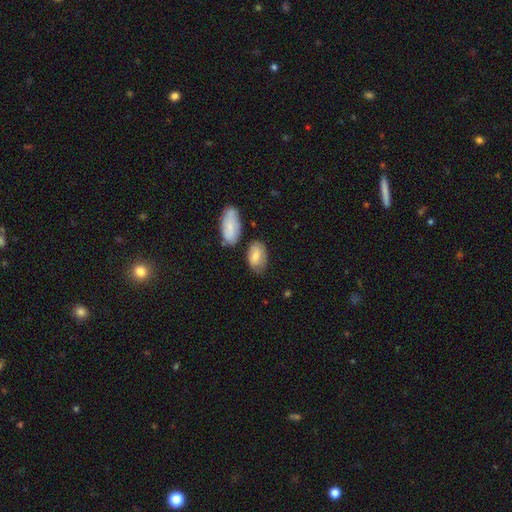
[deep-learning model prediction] smooth_or_featured: smooth (p=0.75) [alt: featured or disk p=0.19]
how_rounded: in between (p=0.92) [alt: round p=0.06]
merging: none (p=0.65) [alt: minor disturbance p=0.21]